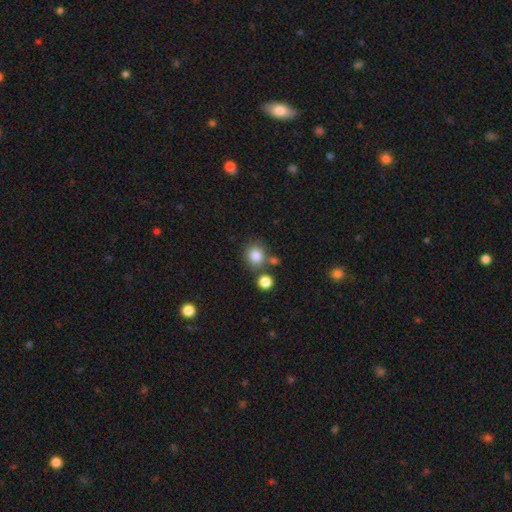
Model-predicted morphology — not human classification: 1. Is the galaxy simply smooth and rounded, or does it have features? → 84% smooth, 10% star or artifact, 6% featured or disk.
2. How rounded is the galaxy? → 84% round, 15% in between, 1% cigar-shaped.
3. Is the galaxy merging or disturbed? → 70% none, 14% merger, 11% minor disturbance, 4% major disturbance.